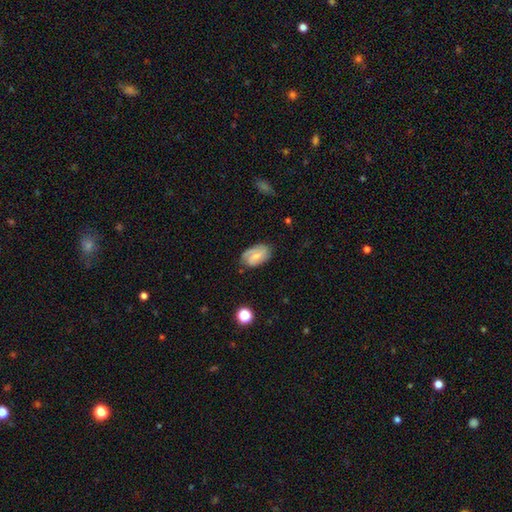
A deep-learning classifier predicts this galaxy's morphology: smooth-or-featured: featured or disk: 58% | smooth: 35% | star or artifact: 8%
  disk-edge-on: no: 96% | yes: 4%
    bar: weak: 49% | no: 34% | strong: 17%
    has-spiral-arms: yes: 90% | no: 10%
    bulge-size: small: 52% | moderate: 24% | none: 20% | large: 3% | dominant: 1%
  merging: none: 73% | minor disturbance: 19% | major disturbance: 6% | merger: 2%